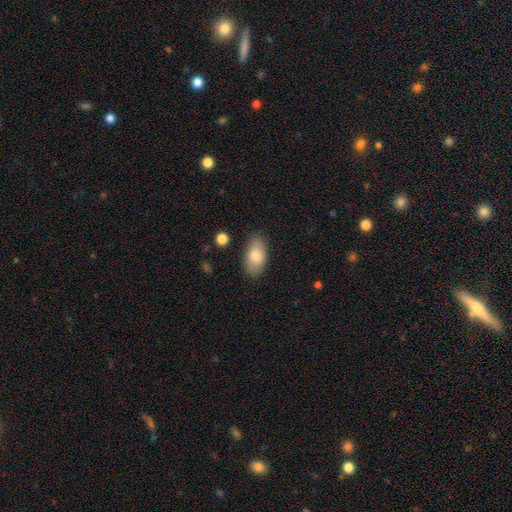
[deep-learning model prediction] Overall: smooth (79%). How rounded: in between (92%). Merging: none (82%).